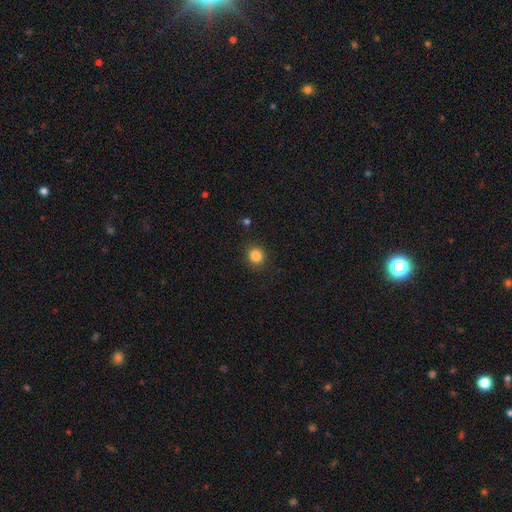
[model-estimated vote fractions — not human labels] smooth 86%, star or artifact 11%, featured or disk 4%. Down the decision tree: how rounded — round (82%); merging — none (88%).